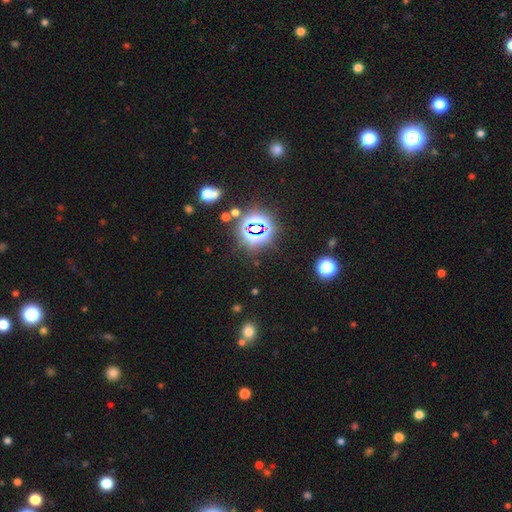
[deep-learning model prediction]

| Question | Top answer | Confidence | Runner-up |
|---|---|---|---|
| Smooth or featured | star or artifact | 79% | smooth (14%) |